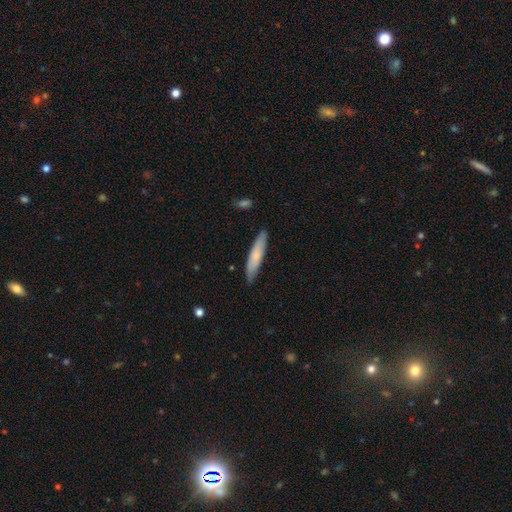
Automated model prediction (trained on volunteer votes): The model was most divided on "smooth or featured": smooth: 72%, featured or disk: 23%, star or artifact: 5%. More confident: how rounded — cigar-shaped (85%); merging — none (84%).